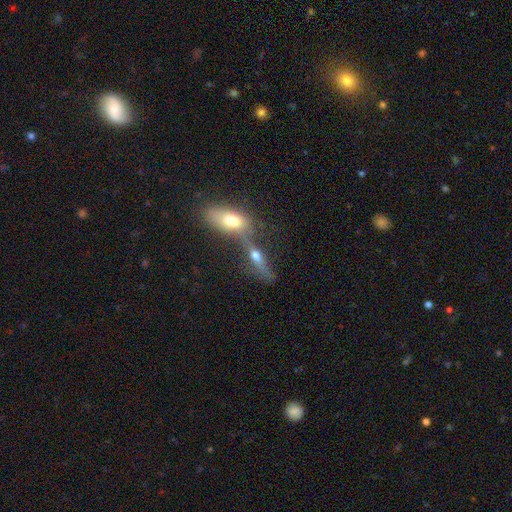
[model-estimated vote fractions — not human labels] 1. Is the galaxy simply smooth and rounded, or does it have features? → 45% smooth, 41% featured or disk, 13% star or artifact.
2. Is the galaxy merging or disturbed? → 45% merger, 38% none, 10% minor disturbance, 7% major disturbance.